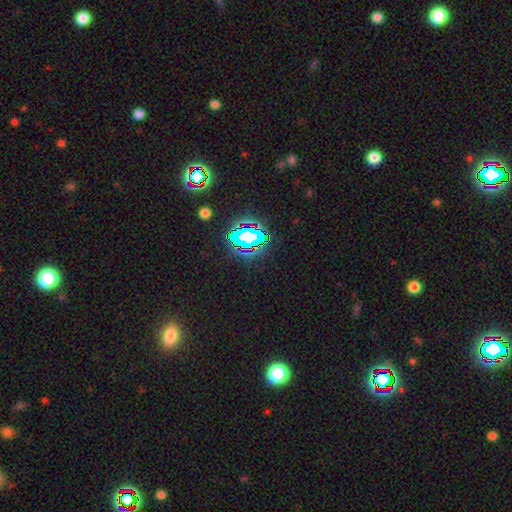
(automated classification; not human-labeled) A star or artifact, not a galaxy (71%).

Vote fractions:
- Smooth or featured? star or artifact: 71% / smooth: 20% / featured or disk: 9%